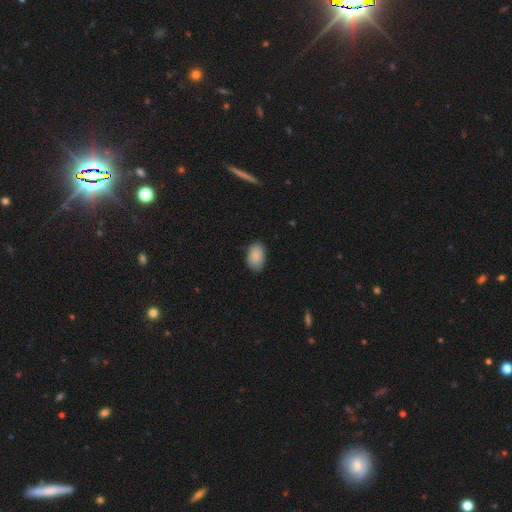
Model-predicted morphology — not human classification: type=smooth (89%); roundness=in between (91%); merging=none (82%).